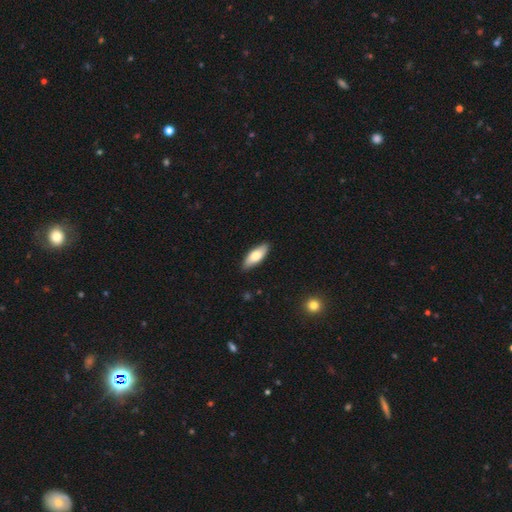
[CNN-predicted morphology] A smooth galaxy with no disk features (75%) that is in between round and cigar-shaped (72%). Merging: none (87%).